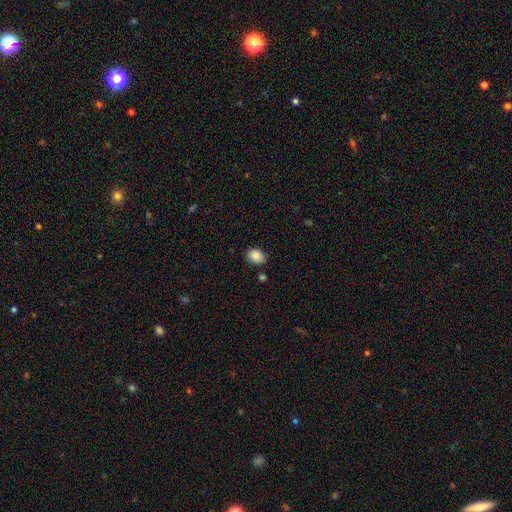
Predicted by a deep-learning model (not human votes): Smooth or featured? Predicted: smooth (p=0.88). How rounded? Predicted: in between (p=0.66). Merging? Predicted: none (p=0.77).